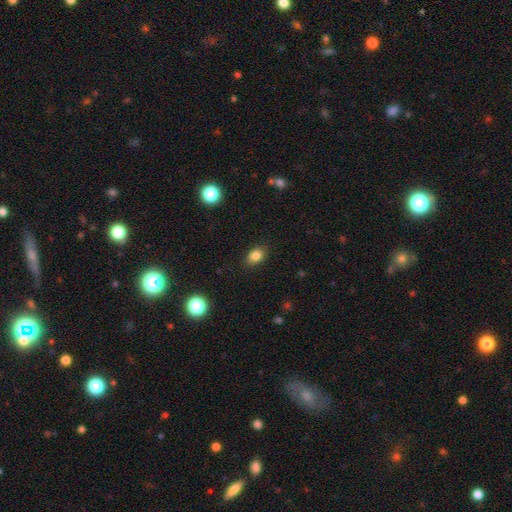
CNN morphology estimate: A smooth galaxy with no disk features (82%) that is in between round and cigar-shaped (71%).

Vote fractions:
- Smooth or featured? smooth: 82% / star or artifact: 11% / featured or disk: 7%
- How rounded? in between: 71% / round: 27% / cigar-shaped: 1%
- Merging? none: 87% / minor disturbance: 10% / major disturbance: 2% / merger: 1%